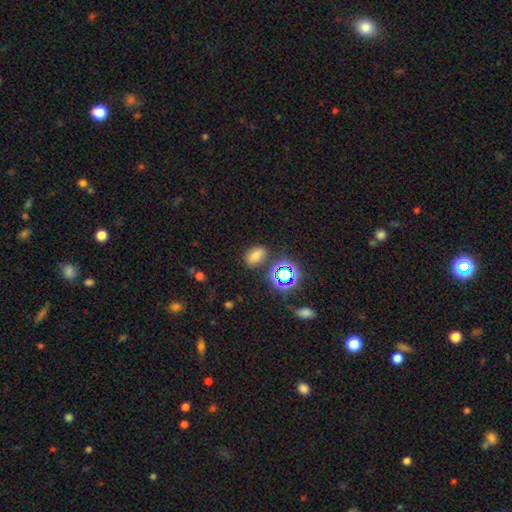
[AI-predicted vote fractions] A smooth galaxy with no disk features (68%) that is in between round and cigar-shaped (83%).

Vote fractions:
- Smooth or featured? smooth: 68% / star or artifact: 25% / featured or disk: 7%
- How rounded? in between: 83% / round: 15% / cigar-shaped: 2%
- Merging? none: 80% / minor disturbance: 12% / merger: 5% / major disturbance: 4%